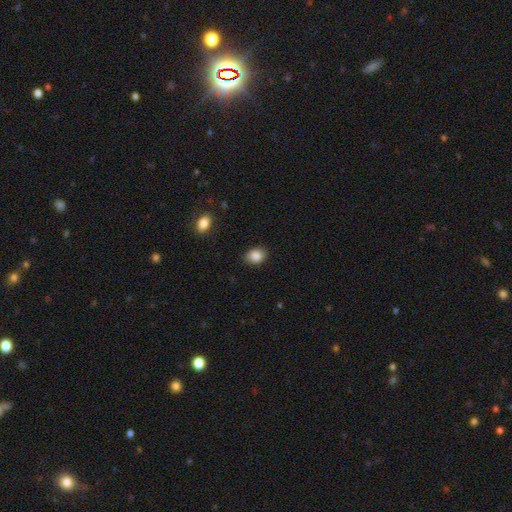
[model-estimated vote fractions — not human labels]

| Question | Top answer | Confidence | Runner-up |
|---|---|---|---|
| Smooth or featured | smooth | 86% | star or artifact (9%) |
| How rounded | in between | 60% | round (39%) |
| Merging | none | 86% | minor disturbance (11%) |